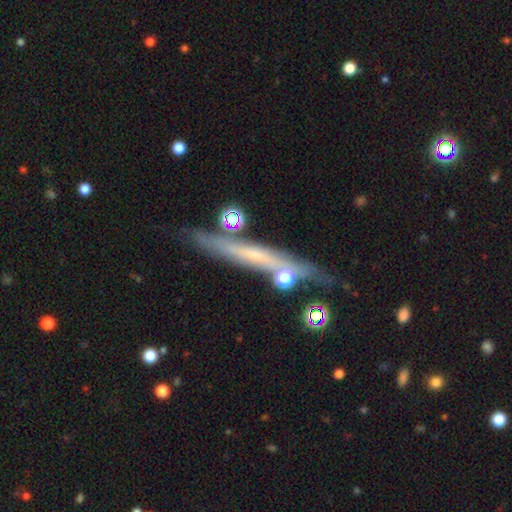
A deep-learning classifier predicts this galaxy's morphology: A featured or disk galaxy (62%) viewed edge-on (87%) with no central bulge (66%).

Vote fractions:
- Smooth or featured? featured or disk: 62% / smooth: 29% / star or artifact: 9%
- Edge-on disk? yes: 87% / no: 13%
- Edge-on bulge? none: 66% / rounded: 28% / boxy: 6%
- Merging? none: 72% / minor disturbance: 17% / merger: 7% / major disturbance: 5%